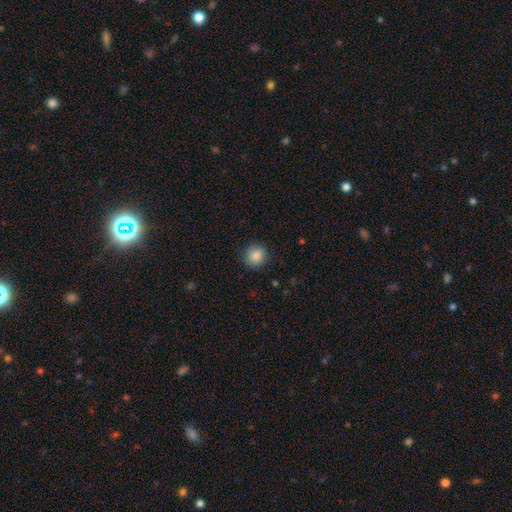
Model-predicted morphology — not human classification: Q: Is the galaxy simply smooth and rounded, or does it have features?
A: smooth — 86%.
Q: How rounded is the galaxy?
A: round — 89%.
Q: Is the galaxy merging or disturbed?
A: none — 86%.